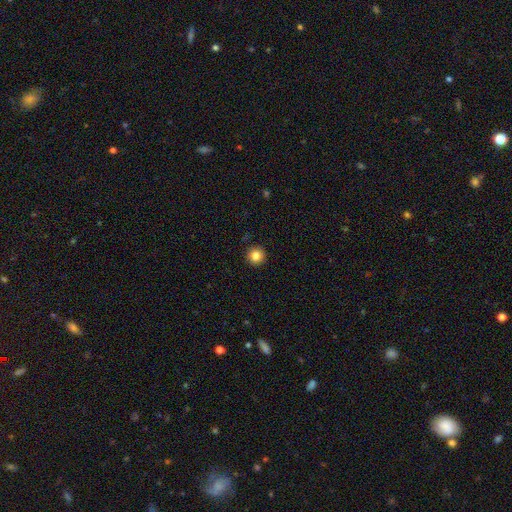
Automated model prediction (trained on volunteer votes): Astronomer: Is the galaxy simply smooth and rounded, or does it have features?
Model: smooth — 84%.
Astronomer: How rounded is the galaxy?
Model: round — 95%.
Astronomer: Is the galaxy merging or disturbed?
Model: none — 92%.